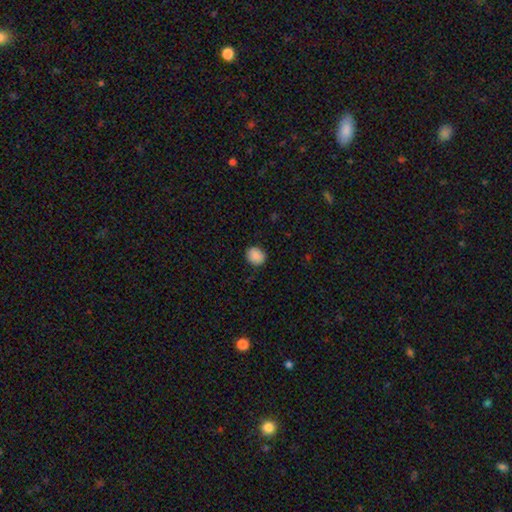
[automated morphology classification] A smooth galaxy with no disk features (89%) that is round (61%). Merging: none (88%).